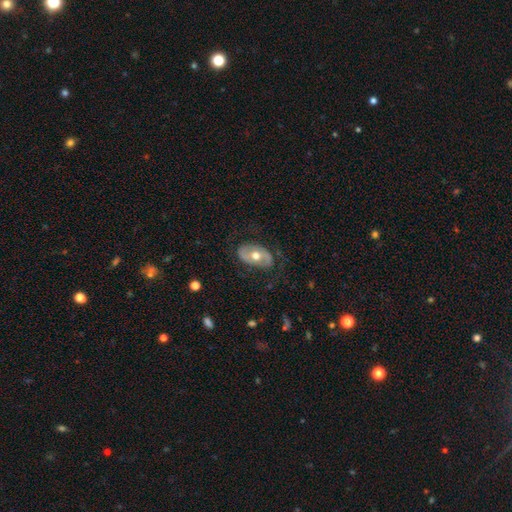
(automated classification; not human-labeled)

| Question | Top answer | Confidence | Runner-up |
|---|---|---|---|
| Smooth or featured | featured or disk | 59% | smooth (34%) |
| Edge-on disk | no | 92% | yes (8%) |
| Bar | no | 65% | weak (23%) |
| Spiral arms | yes | 56% | no (44%) |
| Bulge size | moderate | 79% | large (10%) |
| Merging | none | 74% | minor disturbance (17%) |